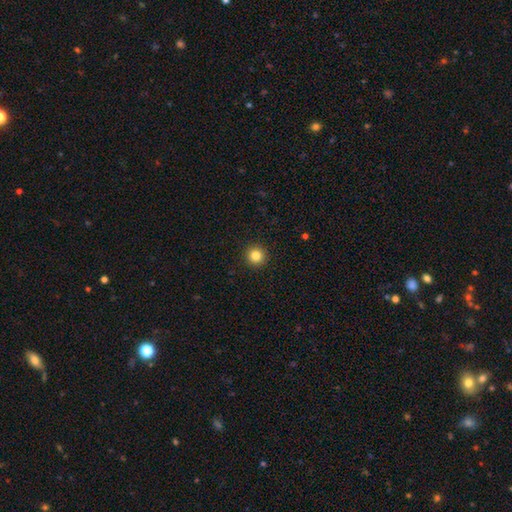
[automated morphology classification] This is clearly a smooth galaxy (83%). How rounded: clearly round (95%). Merging: clearly none (93%).